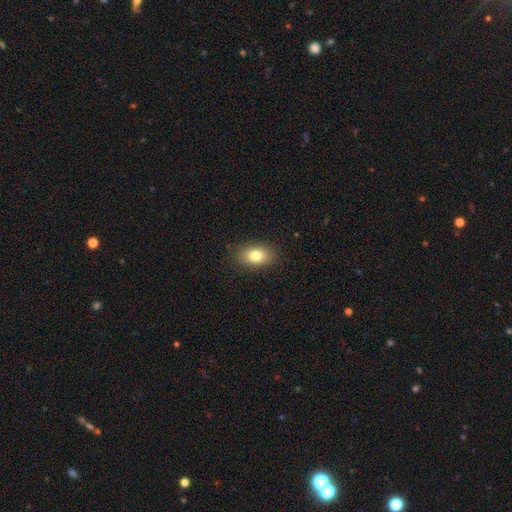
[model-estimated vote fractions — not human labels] Smooth or featured?
  - smooth: 80% *
  - featured or disk: 10%
  - star or artifact: 9%
How rounded?
  - in between: 85% *
  - round: 13%
  - cigar-shaped: 2%
Merging?
  - none: 88% *
  - minor disturbance: 9%
  - major disturbance: 3%
  - merger: 1%